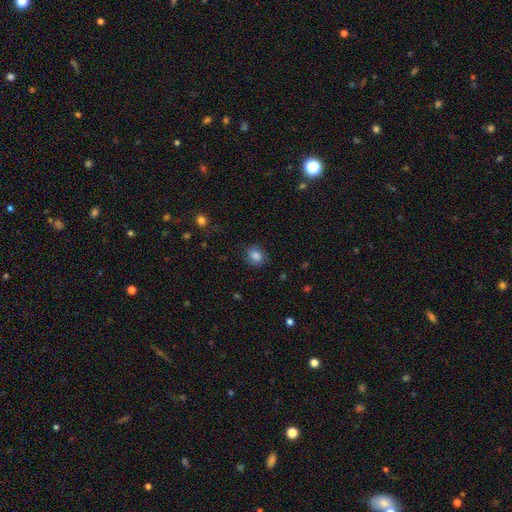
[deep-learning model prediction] Q: Smooth or featured?
A: smooth (84%); runner-up: star or artifact (10%)
Q: How rounded?
A: round (54%); runner-up: in between (45%)
Q: Merging?
A: none (82%); runner-up: minor disturbance (13%)